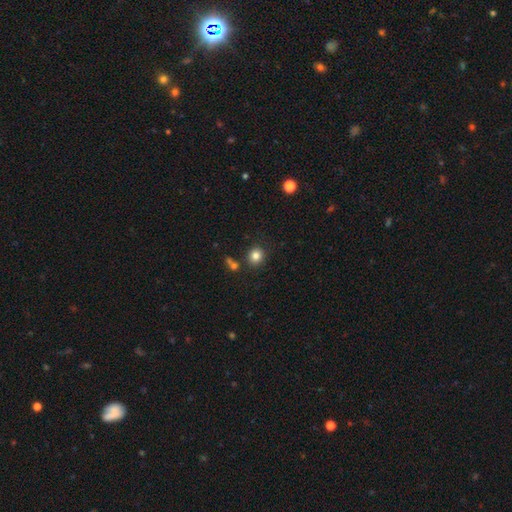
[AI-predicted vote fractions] Smooth or featured: smooth — 82% (star or artifact — 12%)
How rounded: round — 83% (in between — 16%)
Merging: none — 83% (minor disturbance — 9%)